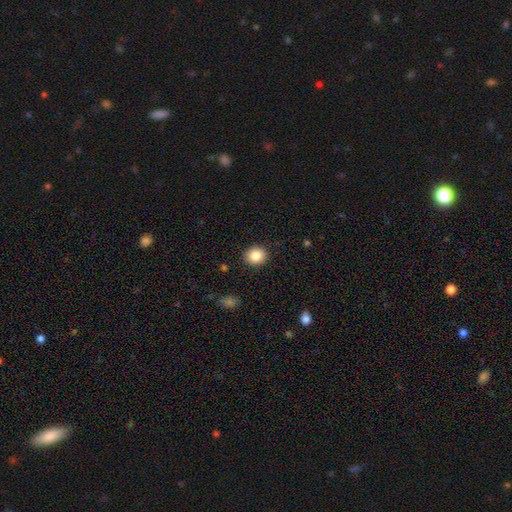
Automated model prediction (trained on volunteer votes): Smooth or featured? Predicted: smooth (p=0.86). How rounded? Predicted: round (p=0.78). Merging? Predicted: none (p=0.91).